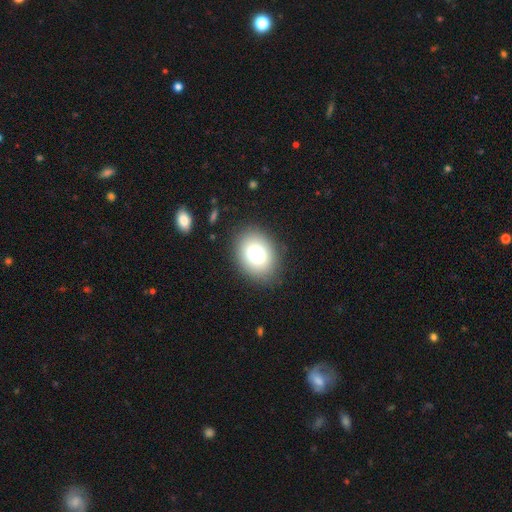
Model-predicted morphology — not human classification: Smooth or featured?
  - smooth: 79% *
  - featured or disk: 12%
  - star or artifact: 9%
How rounded?
  - in between: 65% *
  - round: 34%
  - cigar-shaped: 1%
Merging?
  - none: 86% *
  - minor disturbance: 9%
  - major disturbance: 3%
  - merger: 1%